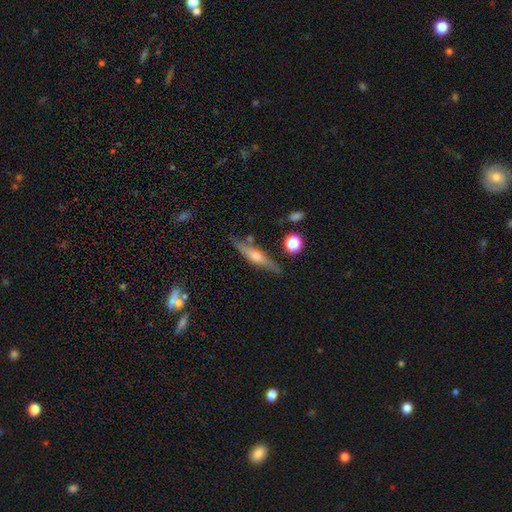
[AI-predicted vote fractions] A featured or disk galaxy (61%) viewed edge-on (94%) with a rounded central bulge (84%). Merging: none (82%).